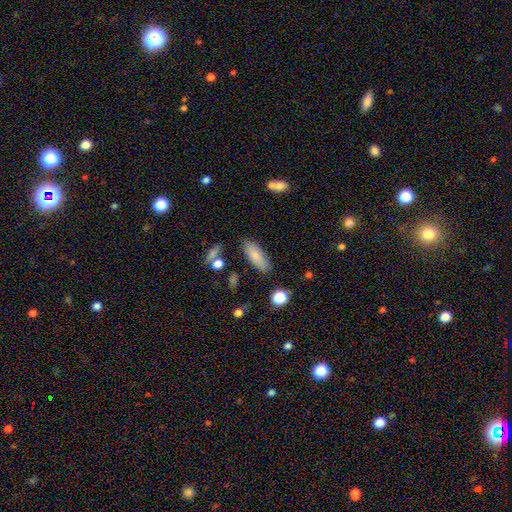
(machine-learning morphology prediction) type=smooth (80%); roundness=in between (71%); merging=none (82%).